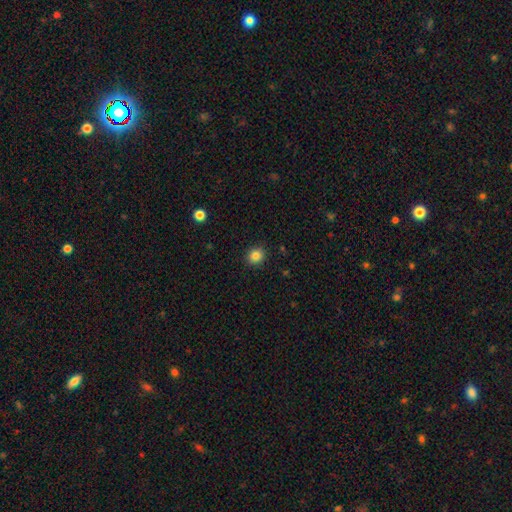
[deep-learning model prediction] Smooth or featured? Predicted: smooth (p=0.84). How rounded? Predicted: round (p=0.82). Merging? Predicted: none (p=0.90).